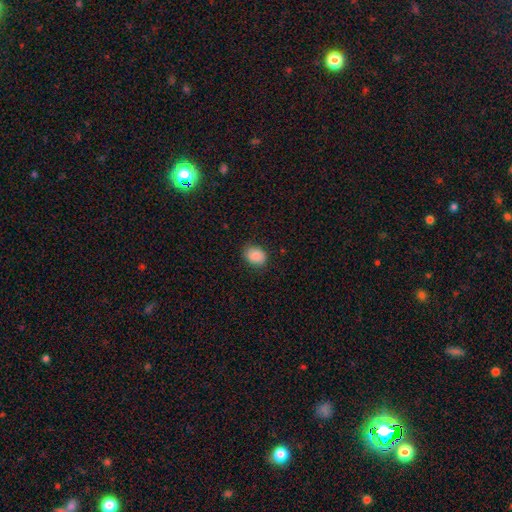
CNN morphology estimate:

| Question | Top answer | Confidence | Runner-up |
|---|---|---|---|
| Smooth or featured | smooth | 87% | star or artifact (8%) |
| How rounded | in between | 53% | round (46%) |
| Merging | none | 83% | minor disturbance (13%) |